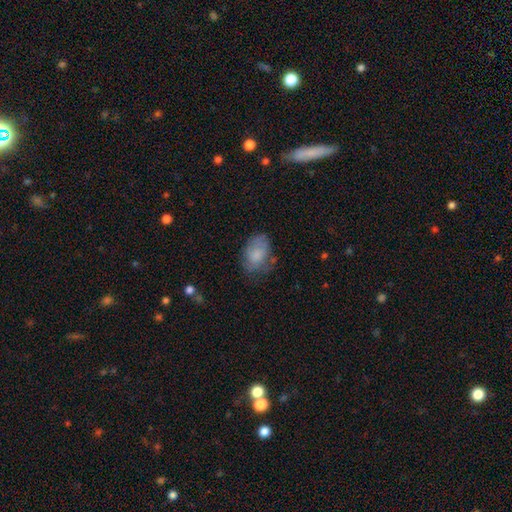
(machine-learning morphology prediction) A smooth galaxy with no disk features (71%) that is in between round and cigar-shaped (83%).

Vote fractions:
- Smooth or featured? smooth: 71% / featured or disk: 20% / star or artifact: 9%
- How rounded? in between: 83% / round: 15% / cigar-shaped: 1%
- Merging? none: 58% / minor disturbance: 28% / major disturbance: 12% / merger: 2%